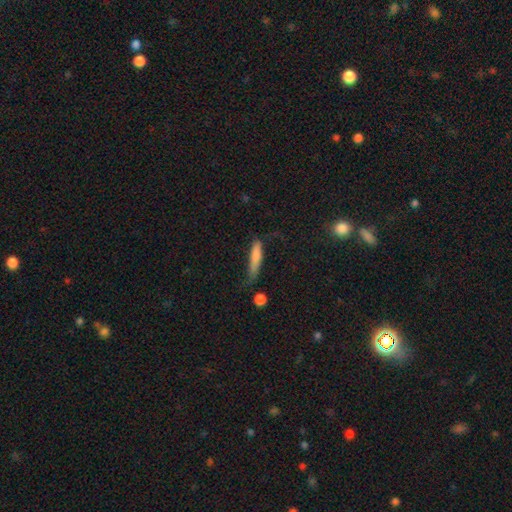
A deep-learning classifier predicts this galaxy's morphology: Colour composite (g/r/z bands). It shows a smooth galaxy with no disk features (76%) that is cigar-shaped (84%). Merging: none (50%).